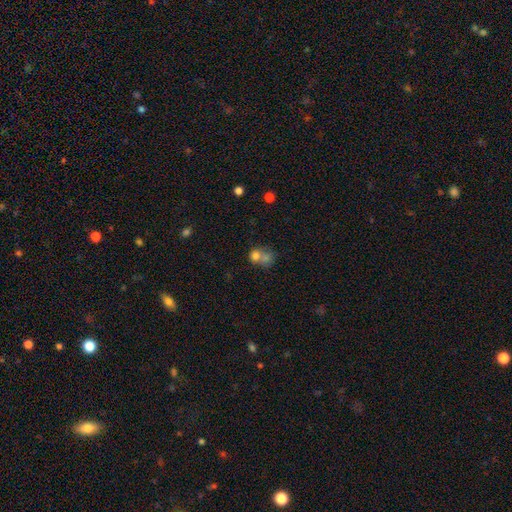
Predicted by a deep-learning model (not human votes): A smooth galaxy with no disk features (73%) that is round (71%).

Vote fractions:
- Smooth or featured? smooth: 73% / featured or disk: 15% / star or artifact: 12%
- How rounded? round: 71% / in between: 28% / cigar-shaped: 1%
- Merging? merger: 60% / none: 27% / minor disturbance: 8% / major disturbance: 5%